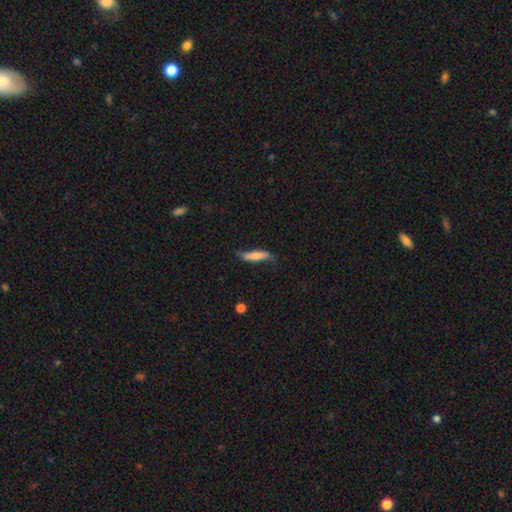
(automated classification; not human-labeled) Q: Smooth or featured?
A: smooth (67%); runner-up: featured or disk (27%)
Q: How rounded?
A: cigar-shaped (79%); runner-up: in between (19%)
Q: Merging?
A: none (63%); runner-up: minor disturbance (28%)